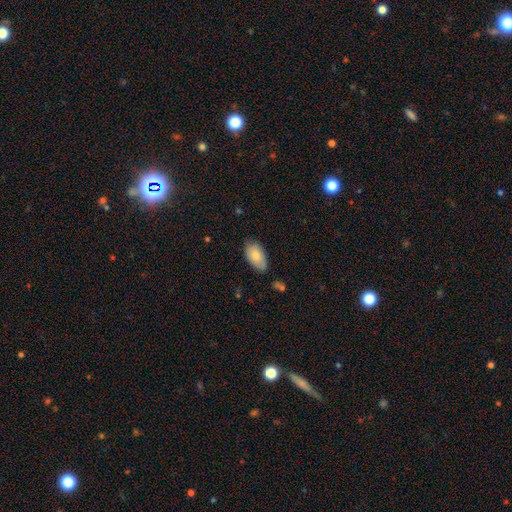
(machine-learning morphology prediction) Overall: smooth (80%). How rounded: in between (94%). Merging: none (71%).